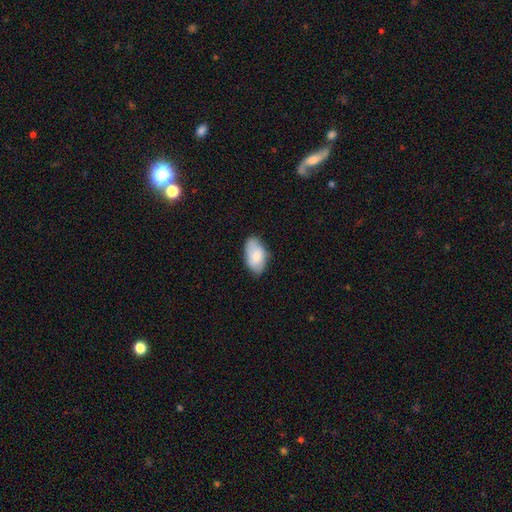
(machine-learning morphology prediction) The model was most divided on "merging": none: 72%, minor disturbance: 23%, major disturbance: 4%, merger: 1%. More confident: how rounded — in between (95%); smooth or featured — smooth (80%).